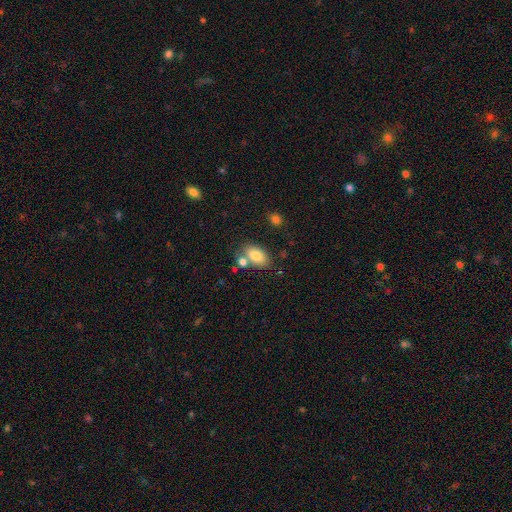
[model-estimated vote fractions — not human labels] Smooth or featured: smooth — 80% (featured or disk — 12%)
How rounded: in between — 91% (round — 7%)
Merging: none — 62% (merger — 20%)